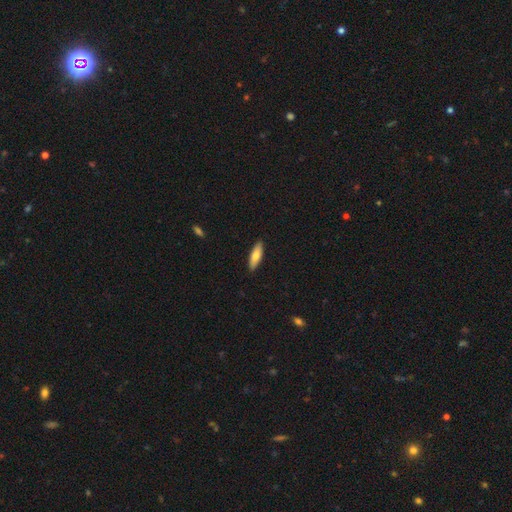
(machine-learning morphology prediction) The model was most divided on "how rounded": cigar-shaped: 51%, in between: 47%, round: 2%. More confident: merging — none (90%); smooth or featured — smooth (74%).